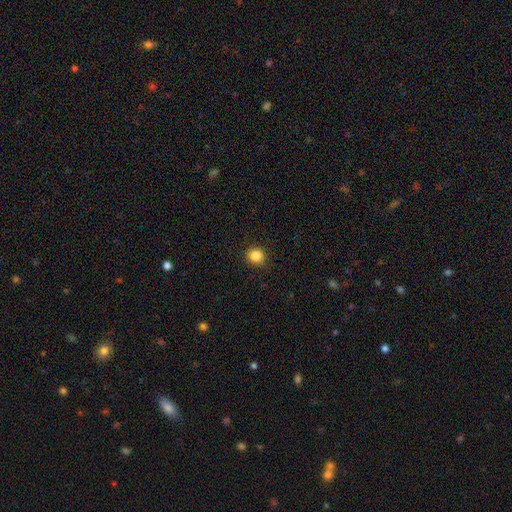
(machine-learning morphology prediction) Smooth or featured?
  - smooth: 85% *
  - star or artifact: 11%
  - featured or disk: 4%
How rounded?
  - round: 89% *
  - in between: 10%
  - cigar-shaped: 1%
Merging?
  - none: 91% *
  - minor disturbance: 6%
  - major disturbance: 2%
  - merger: 1%